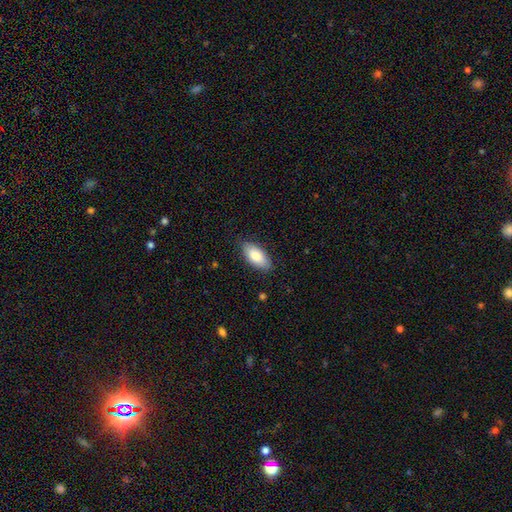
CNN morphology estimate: Overall: smooth (80%). How rounded: in between (91%). Merging: none (83%).